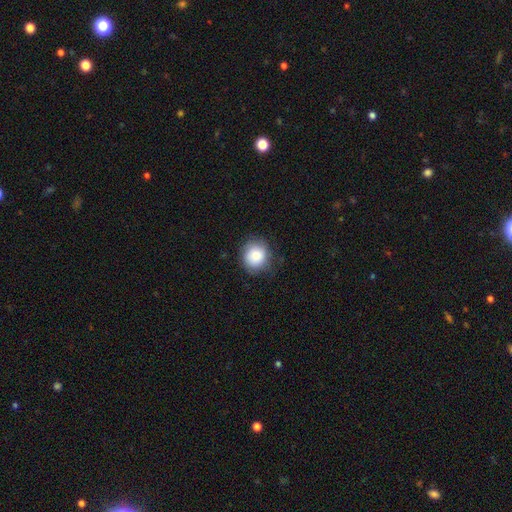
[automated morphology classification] The model was most divided on "merging": none: 79%, minor disturbance: 16%, major disturbance: 4%, merger: 1%. More confident: how rounded — round (85%); smooth or featured — smooth (84%).